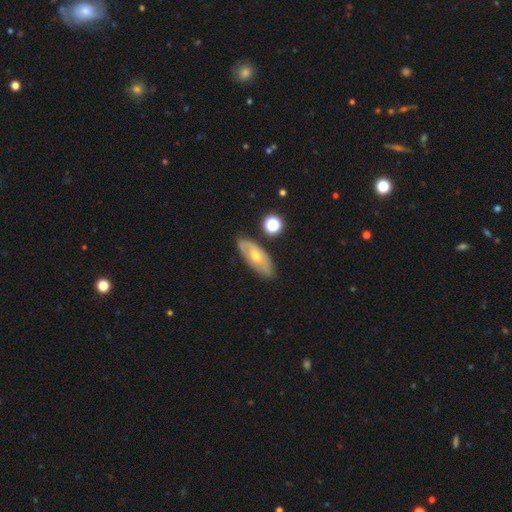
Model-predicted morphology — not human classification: featured or disk 53%, smooth 39%, star or artifact 8%. Down the decision tree: edge-on disk — no (77%); merging — none (81%).